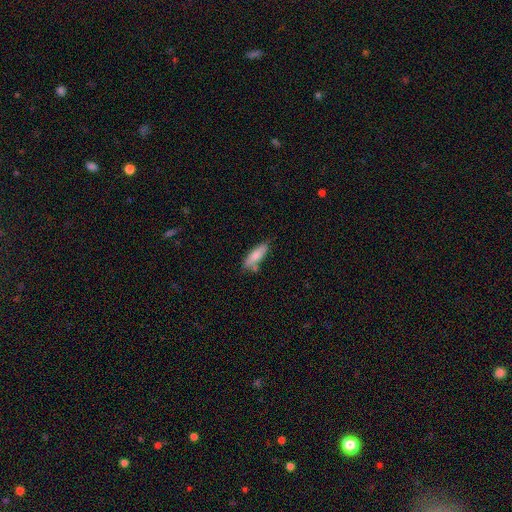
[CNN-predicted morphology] Overall: smooth (79%). How rounded: in between (53%; cigar-shaped 45%). Merging: none (66%).